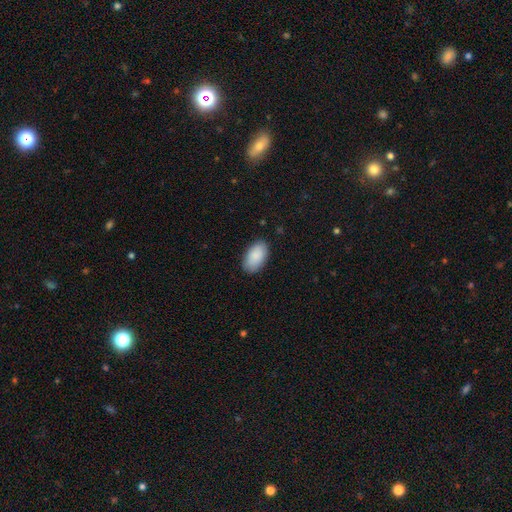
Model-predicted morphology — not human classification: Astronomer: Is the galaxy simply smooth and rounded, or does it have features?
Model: smooth — 89%.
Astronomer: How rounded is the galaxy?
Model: in between — 95%.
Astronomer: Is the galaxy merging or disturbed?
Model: none — 84%.